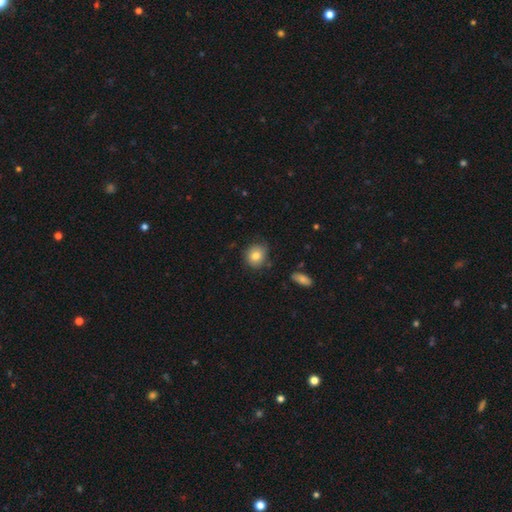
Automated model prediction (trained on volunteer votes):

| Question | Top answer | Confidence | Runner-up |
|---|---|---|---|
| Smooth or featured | smooth | 81% | featured or disk (9%) |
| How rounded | round | 75% | in between (24%) |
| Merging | none | 78% | minor disturbance (17%) |